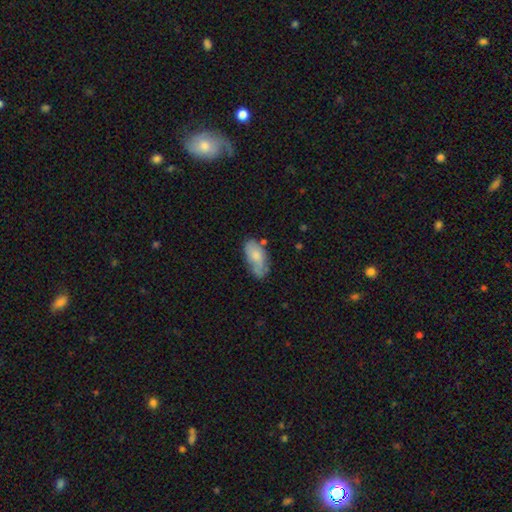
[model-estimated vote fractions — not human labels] smooth 68%, featured or disk 25%, star or artifact 7%. Down the decision tree: how rounded — in between (92%); merging — none (50%).